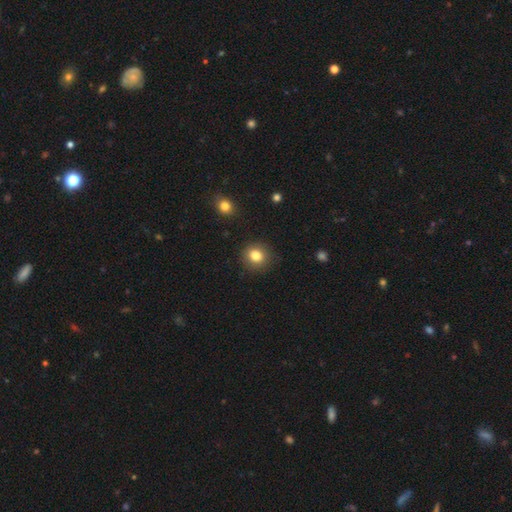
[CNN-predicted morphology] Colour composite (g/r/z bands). It shows a smooth galaxy with no disk features (82%) that is round (86%). Merging: none (89%).